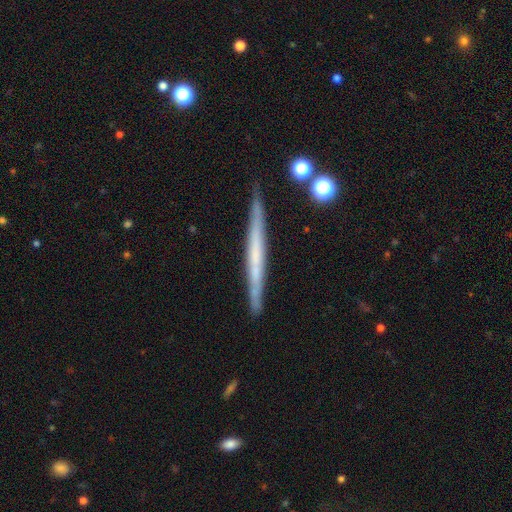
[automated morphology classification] Overall: featured or disk (59%; smooth 35%). Edge-on disk: yes (96%). Edge-on bulge: none (84%). Merging: none (87%).